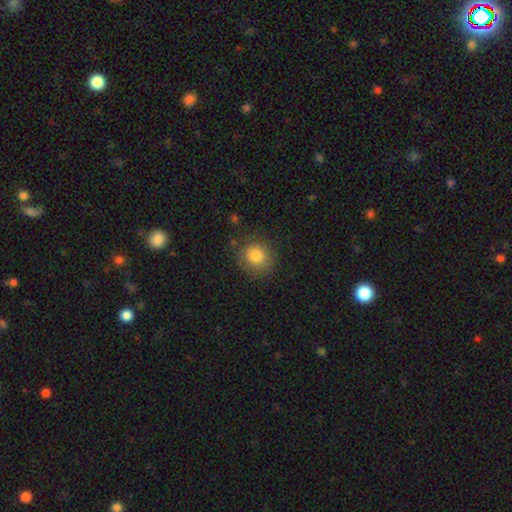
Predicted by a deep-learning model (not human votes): smooth-or-featured: smooth: 82% | star or artifact: 10% | featured or disk: 8%
  how-rounded: round: 86% | in between: 13% | cigar-shaped: 1%
  merging: none: 83% | minor disturbance: 11% | major disturbance: 4% | merger: 2%